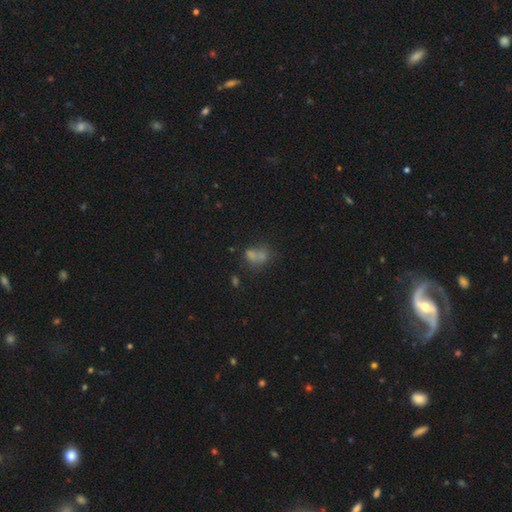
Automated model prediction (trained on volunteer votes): This appears to be a smooth galaxy with no disk features (64%) that is in between round and cigar-shaped (64%). Merging: merger (45%).